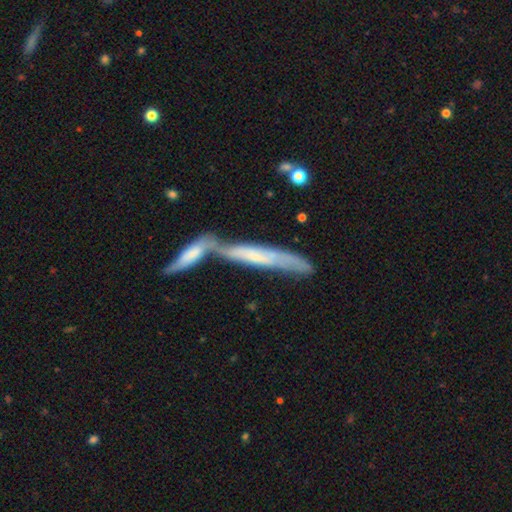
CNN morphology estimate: smooth_or_featured: featured or disk (p=0.55) [alt: smooth p=0.38]
disk_edge_on: yes (p=0.71) [alt: no p=0.29]
merging: merger (p=0.50) [alt: none p=0.34]